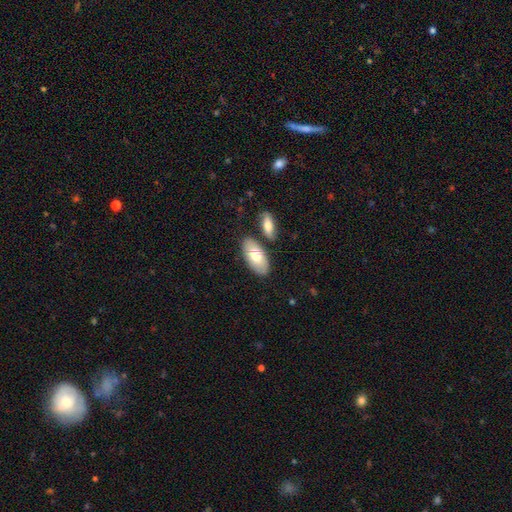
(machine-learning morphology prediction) Smooth or featured: smooth — 72% (featured or disk — 23%)
How rounded: in between — 93% (cigar-shaped — 5%)
Merging: none — 77% (minor disturbance — 11%)